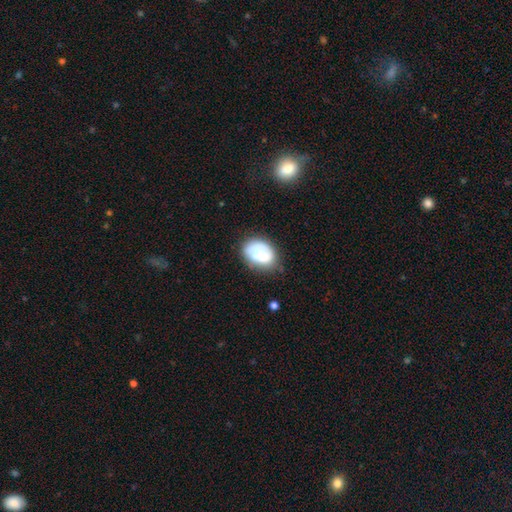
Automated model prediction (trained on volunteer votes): Smooth or featured?
  - smooth: 60% *
  - featured or disk: 32%
  - star or artifact: 8%
How rounded?
  - in between: 72% *
  - round: 27%
  - cigar-shaped: 1%
Merging?
  - none: 52% *
  - minor disturbance: 28%
  - major disturbance: 11%
  - merger: 9%